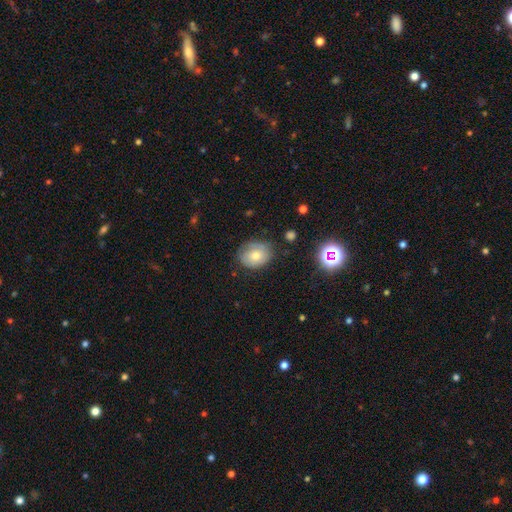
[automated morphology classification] This appears to be a smooth galaxy with no disk features (66%) that is in between round and cigar-shaped (54%). Merging: none (69%).